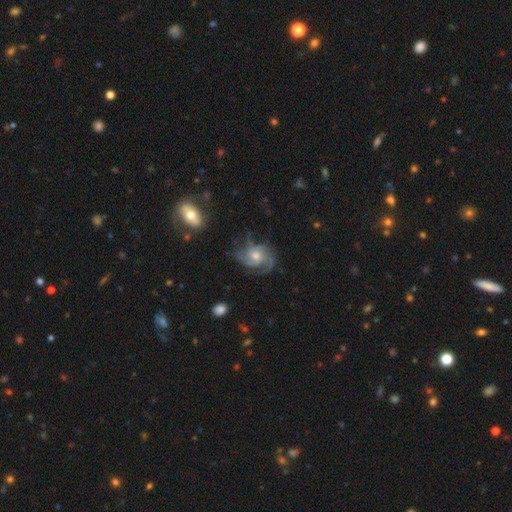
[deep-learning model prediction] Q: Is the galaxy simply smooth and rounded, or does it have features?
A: featured or disk — 80%.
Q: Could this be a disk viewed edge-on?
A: no — 98%.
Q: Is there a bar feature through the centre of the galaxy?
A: no — 72%.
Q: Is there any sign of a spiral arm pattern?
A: yes — 94%.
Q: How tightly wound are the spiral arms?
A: medium — 47%.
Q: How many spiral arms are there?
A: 3 — 39%.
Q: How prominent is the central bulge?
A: moderate — 65%.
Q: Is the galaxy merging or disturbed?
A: none — 60%.